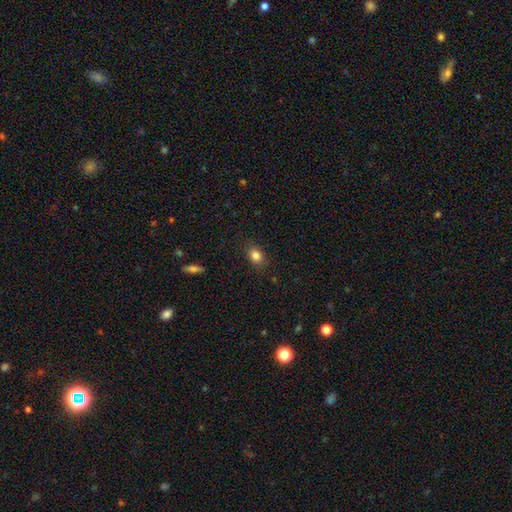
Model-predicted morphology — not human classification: The model was most divided on "how rounded": in between: 57%, round: 42%, cigar-shaped: 1%. More confident: merging — none (85%); smooth or featured — smooth (83%).